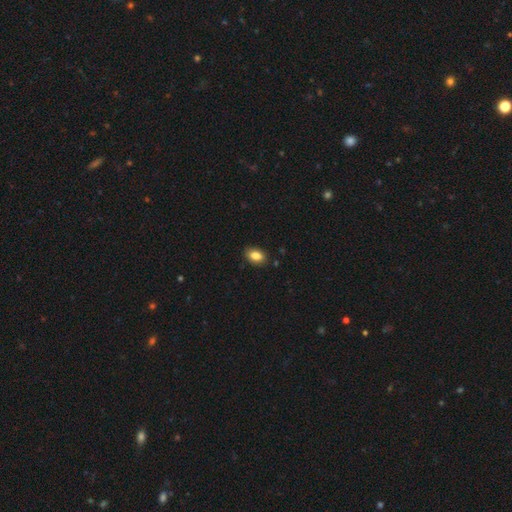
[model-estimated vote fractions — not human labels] A smooth galaxy with no disk features (85%) that is in between round and cigar-shaped (87%). Merging: none (85%).